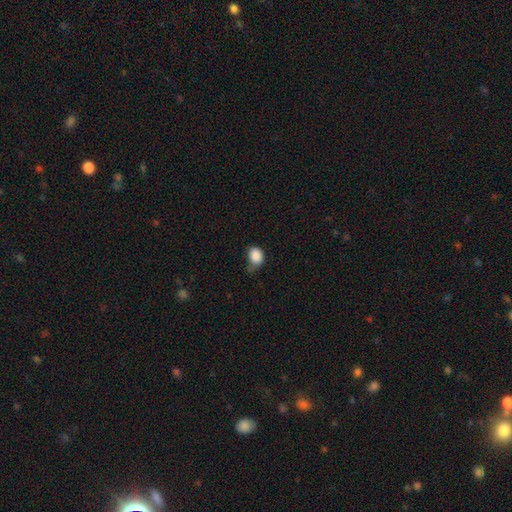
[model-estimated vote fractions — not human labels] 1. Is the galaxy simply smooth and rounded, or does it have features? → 87% smooth, 9% star or artifact, 4% featured or disk.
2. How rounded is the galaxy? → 55% in between, 44% round, 1% cigar-shaped.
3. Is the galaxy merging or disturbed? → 49% none, 38% minor disturbance, 10% major disturbance, 3% merger.